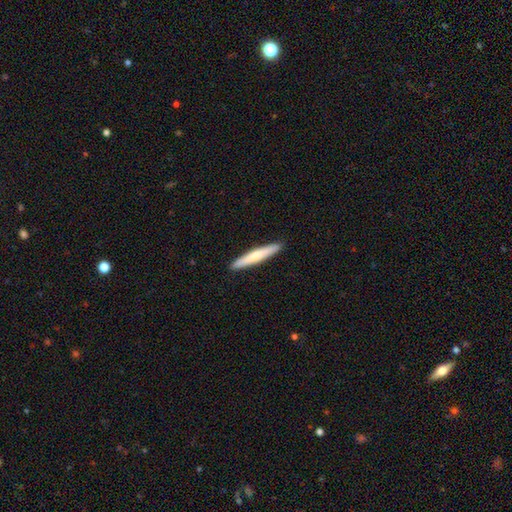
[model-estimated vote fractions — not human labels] The model was most divided on "smooth or featured": smooth: 64%, featured or disk: 31%, star or artifact: 5%. More confident: how rounded — cigar-shaped (95%); merging — none (92%).